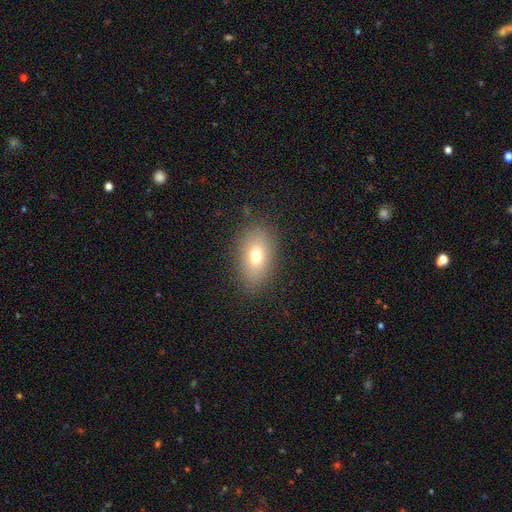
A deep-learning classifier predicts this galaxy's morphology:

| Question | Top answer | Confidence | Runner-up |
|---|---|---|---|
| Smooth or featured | smooth | 72% | featured or disk (17%) |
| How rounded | in between | 84% | round (14%) |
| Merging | none | 85% | minor disturbance (10%) |